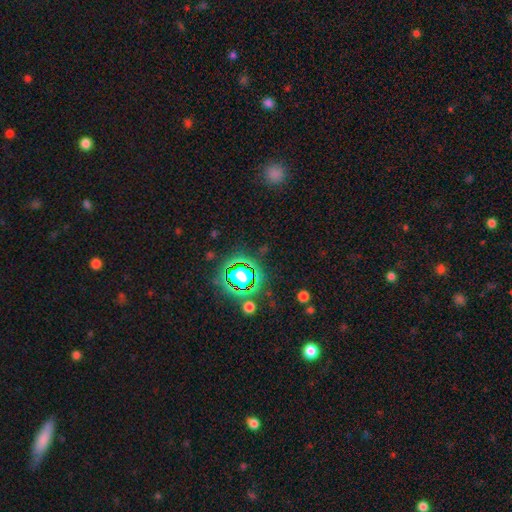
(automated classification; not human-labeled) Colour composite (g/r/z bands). It shows a star or artifact, not a galaxy (77%).